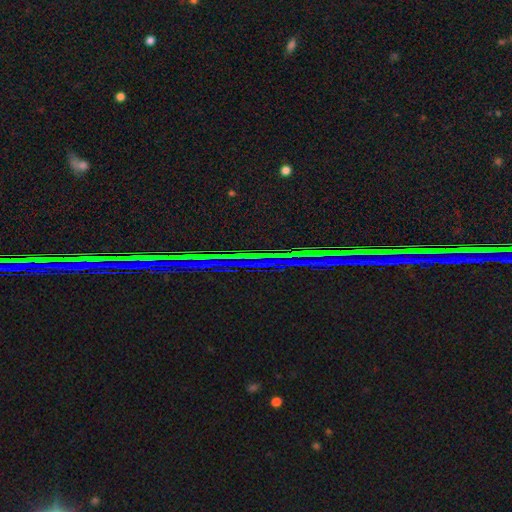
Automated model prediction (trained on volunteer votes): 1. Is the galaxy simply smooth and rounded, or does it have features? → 87% star or artifact, 7% featured or disk, 6% smooth.